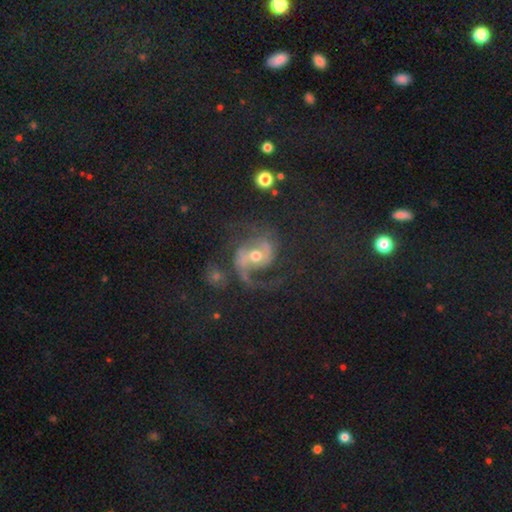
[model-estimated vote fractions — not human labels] featured or disk 76%, star or artifact 14%, smooth 10%. Down the decision tree: edge-on disk — no (97%); bar — no (47%); spiral arms — yes (92%); spiral arm count — 2 (86%); spiral winding — medium (52%); bulge size — moderate (67%); merging — none (60%).